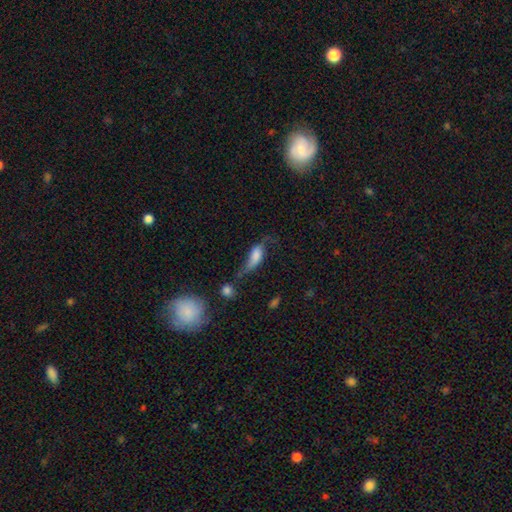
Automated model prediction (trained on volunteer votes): Morphology: type=smooth (46%); merging=major disturbance (32%).